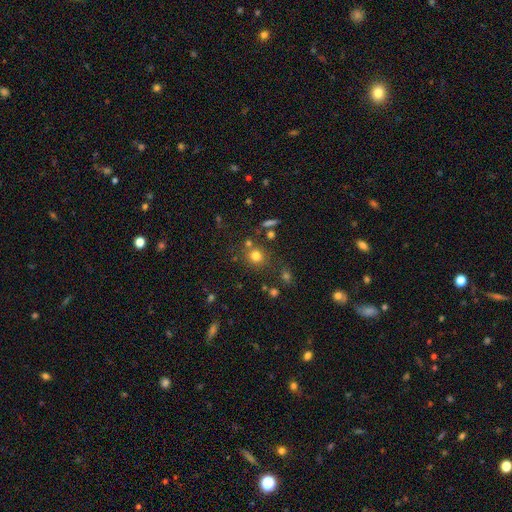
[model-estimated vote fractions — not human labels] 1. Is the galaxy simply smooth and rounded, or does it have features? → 75% smooth, 16% star or artifact, 9% featured or disk.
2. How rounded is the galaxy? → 87% round, 12% in between, 1% cigar-shaped.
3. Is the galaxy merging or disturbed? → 73% none, 11% merger, 11% minor disturbance, 5% major disturbance.